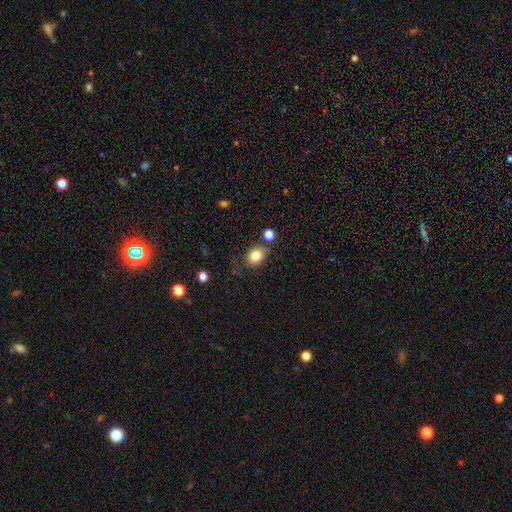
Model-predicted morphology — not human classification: Q: Smooth or featured?
A: smooth (83%); runner-up: star or artifact (10%)
Q: How rounded?
A: in between (52%); runner-up: round (46%)
Q: Merging?
A: none (70%); runner-up: minor disturbance (17%)